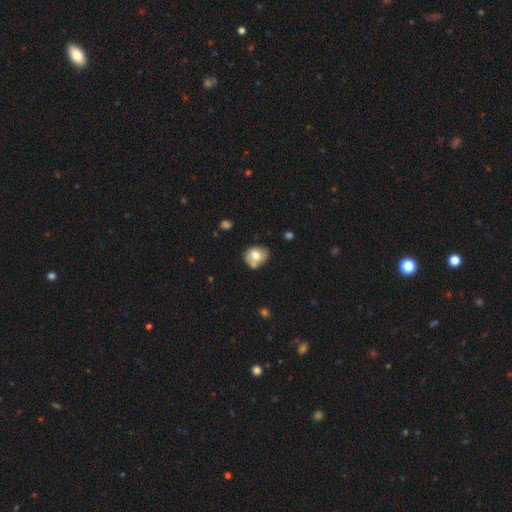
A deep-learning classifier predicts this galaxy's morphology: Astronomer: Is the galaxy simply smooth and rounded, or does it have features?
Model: smooth — 69%.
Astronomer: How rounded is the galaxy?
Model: round — 55% (runner-up: in between, 44%).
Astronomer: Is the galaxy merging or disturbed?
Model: none — 54%.